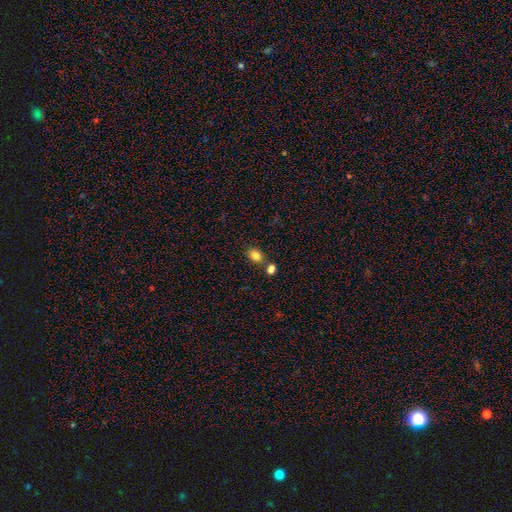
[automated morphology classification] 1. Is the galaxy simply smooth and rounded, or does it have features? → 83% smooth, 11% star or artifact, 6% featured or disk.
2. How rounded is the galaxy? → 65% in between, 33% round, 1% cigar-shaped.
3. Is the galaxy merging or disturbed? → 71% none, 15% merger, 10% minor disturbance, 3% major disturbance.